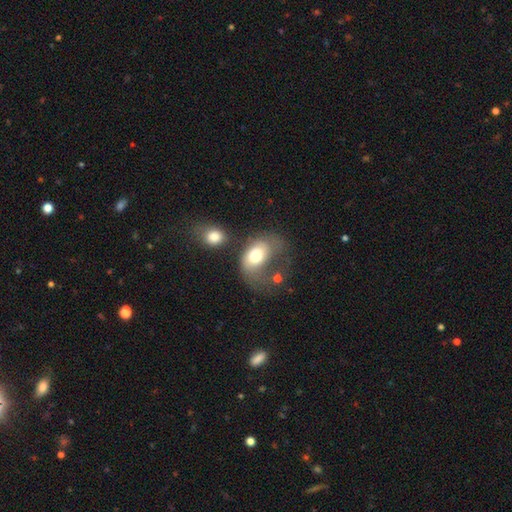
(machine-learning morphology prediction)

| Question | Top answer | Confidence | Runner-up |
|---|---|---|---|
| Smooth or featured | smooth | 65% | featured or disk (27%) |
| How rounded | in between | 76% | round (22%) |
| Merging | major disturbance | 35% | merger (25%) |